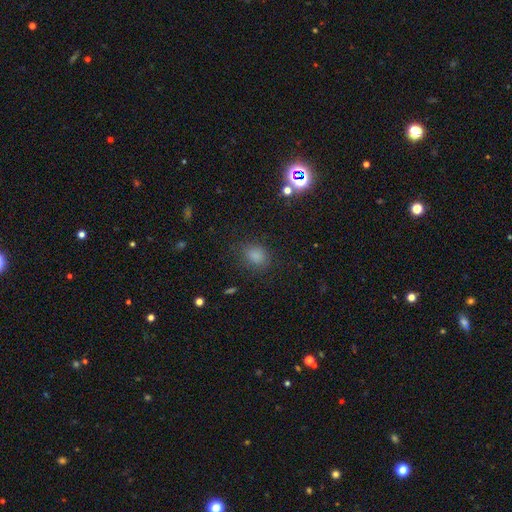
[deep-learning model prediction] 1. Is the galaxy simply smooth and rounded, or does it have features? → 80% smooth, 15% star or artifact, 5% featured or disk.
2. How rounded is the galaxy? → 51% in between, 48% round, 1% cigar-shaped.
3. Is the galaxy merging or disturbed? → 80% none, 13% minor disturbance, 5% major disturbance, 1% merger.